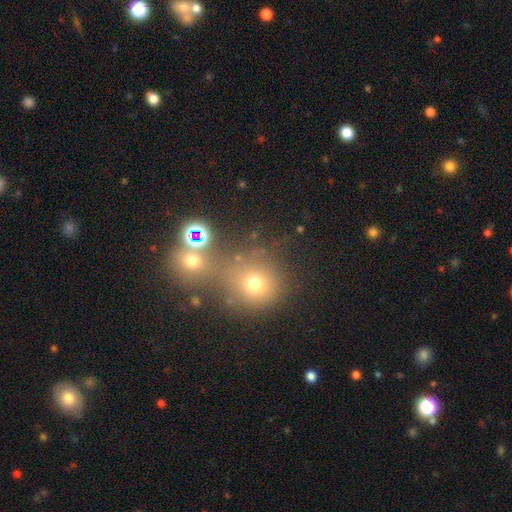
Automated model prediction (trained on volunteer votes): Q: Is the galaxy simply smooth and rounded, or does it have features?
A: smooth — 51%.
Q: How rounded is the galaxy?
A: round — 88%.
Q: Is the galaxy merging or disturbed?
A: none — 58%.